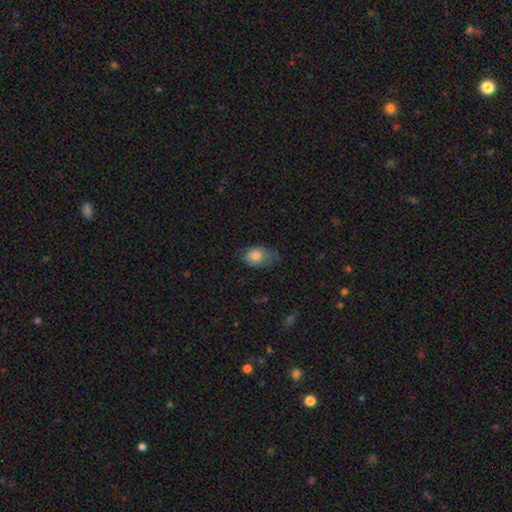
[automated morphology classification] A smooth galaxy with no disk features (77%) that is in between round and cigar-shaped (77%).

Vote fractions:
- Smooth or featured? smooth: 77% / featured or disk: 15% / star or artifact: 8%
- How rounded? in between: 77% / round: 22% / cigar-shaped: 1%
- Merging? none: 45% / minor disturbance: 39% / major disturbance: 15% / merger: 1%